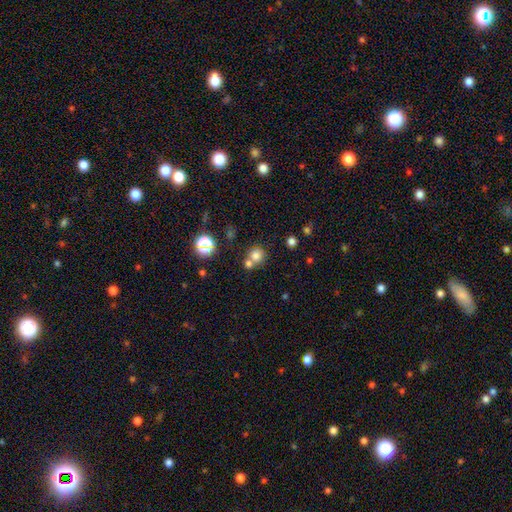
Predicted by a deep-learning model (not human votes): Smooth or featured: smooth — 76% (star or artifact — 16%)
How rounded: round — 89% (in between — 10%)
Merging: none — 57% (merger — 33%)